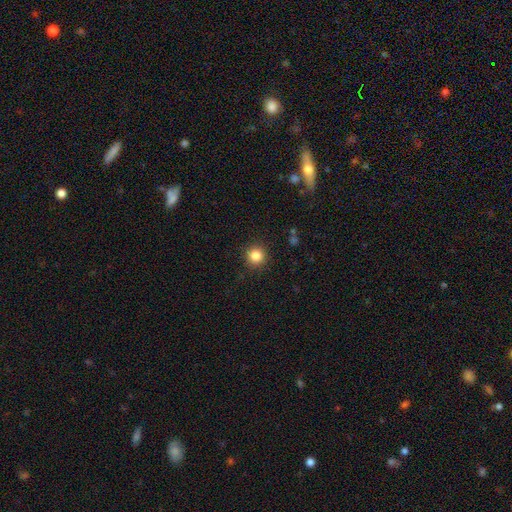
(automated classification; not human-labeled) Smooth or featured? Predicted: smooth (p=0.84). How rounded? Predicted: round (p=0.94). Merging? Predicted: none (p=0.91).